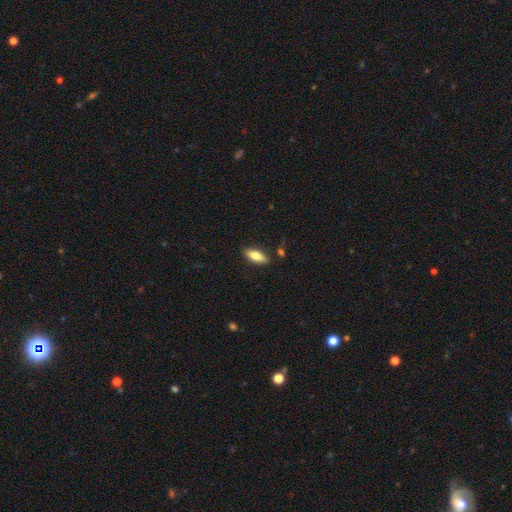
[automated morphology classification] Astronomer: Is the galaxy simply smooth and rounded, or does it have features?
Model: smooth — 71%.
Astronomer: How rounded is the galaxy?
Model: in between — 73%.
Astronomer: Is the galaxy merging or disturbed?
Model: none — 86%.